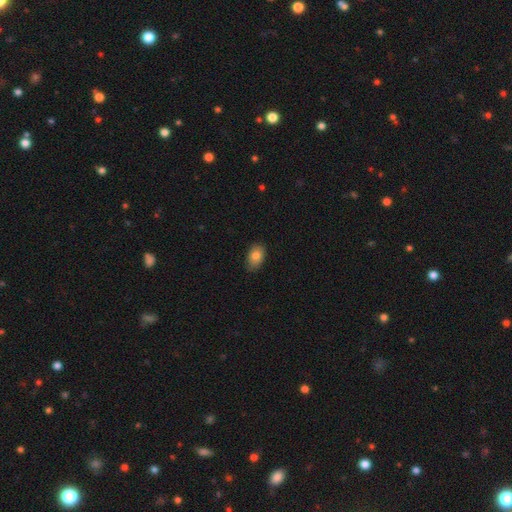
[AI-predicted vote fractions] Q: Smooth or featured?
A: smooth (85%); runner-up: star or artifact (8%)
Q: How rounded?
A: in between (87%); runner-up: round (12%)
Q: Merging?
A: none (82%); runner-up: minor disturbance (14%)